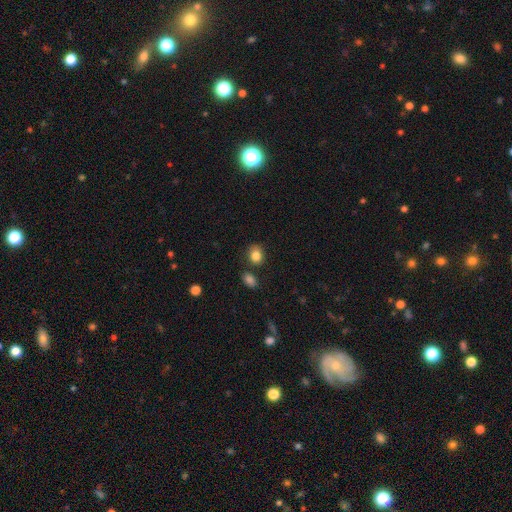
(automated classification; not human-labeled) Q: Smooth or featured?
A: smooth (84%); runner-up: star or artifact (10%)
Q: How rounded?
A: round (61%); runner-up: in between (38%)
Q: Merging?
A: none (74%); runner-up: minor disturbance (14%)